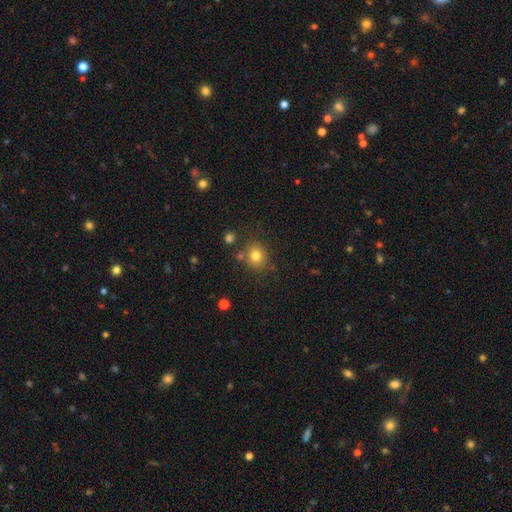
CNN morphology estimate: smooth-or-featured: smooth: 78% | star or artifact: 14% | featured or disk: 8%
  how-rounded: round: 78% | in between: 21% | cigar-shaped: 1%
  merging: none: 77% | minor disturbance: 11% | merger: 8% | major disturbance: 4%